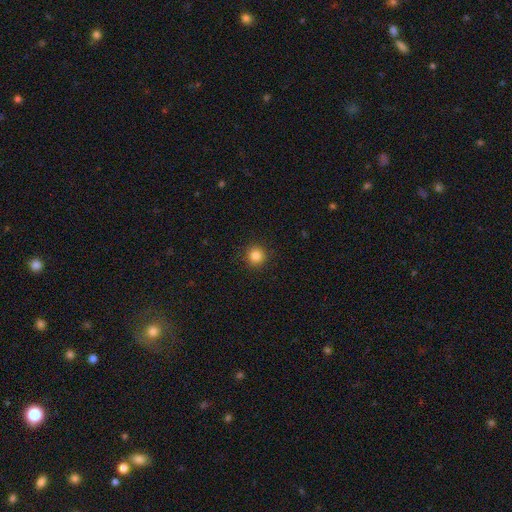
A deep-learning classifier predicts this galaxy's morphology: type=smooth (84%); roundness=round (94%); merging=none (91%).